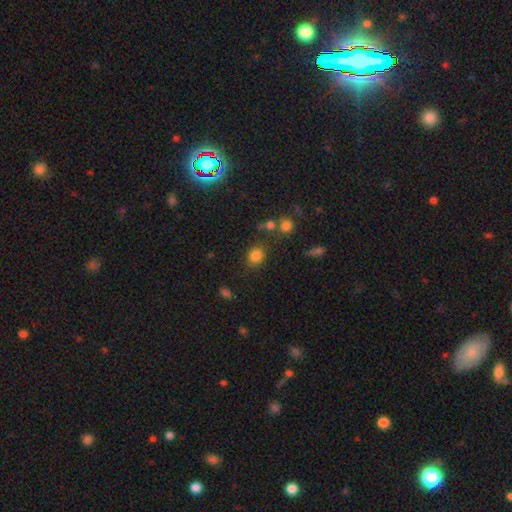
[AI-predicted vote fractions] smooth_or_featured: smooth (p=0.81) [alt: star or artifact p=0.13]
how_rounded: round (p=0.54) [alt: in between p=0.45]
merging: none (p=0.74) [alt: minor disturbance p=0.15]